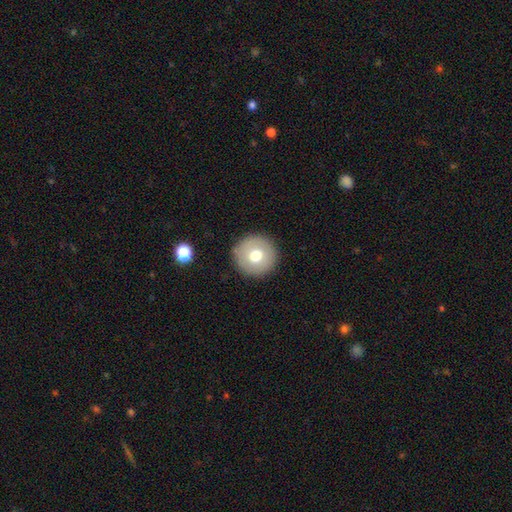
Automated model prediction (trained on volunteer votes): This is likely a smooth galaxy (70%). How rounded: clearly round (96%). Merging: clearly none (90%).